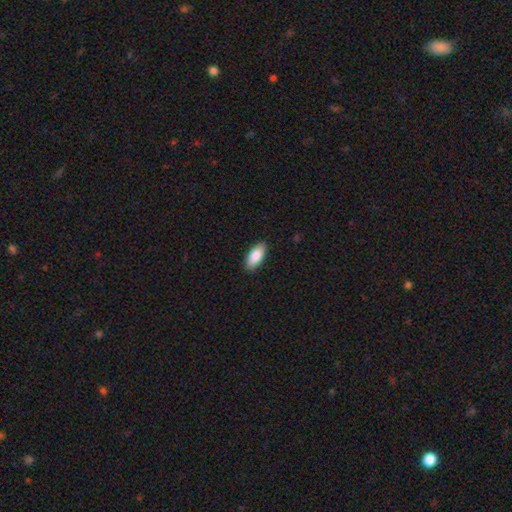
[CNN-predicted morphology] This is clearly a smooth galaxy (87%). How rounded: clearly in between (87%). Merging: clearly none (89%).